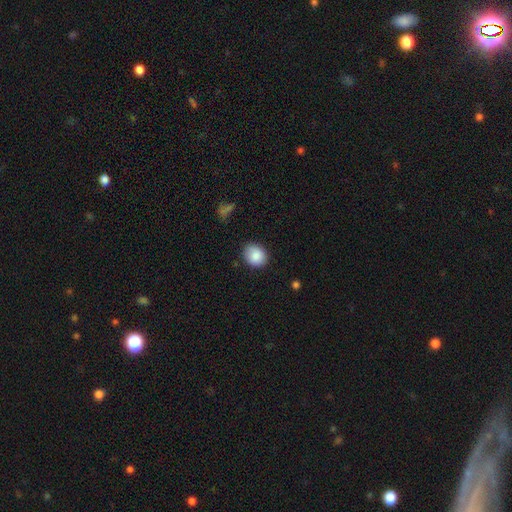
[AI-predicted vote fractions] Smooth or featured? Predicted: smooth (p=0.87). How rounded? Predicted: round (p=0.62). Merging? Predicted: none (p=0.82).